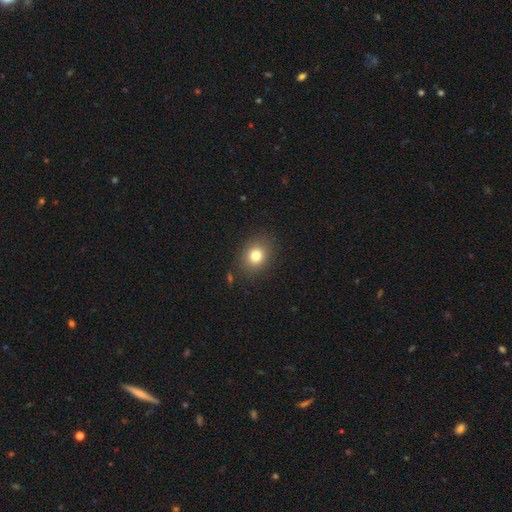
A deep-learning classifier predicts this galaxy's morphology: Smooth or featured? smooth (80%)
How rounded? round (59%)
Merging? none (86%)